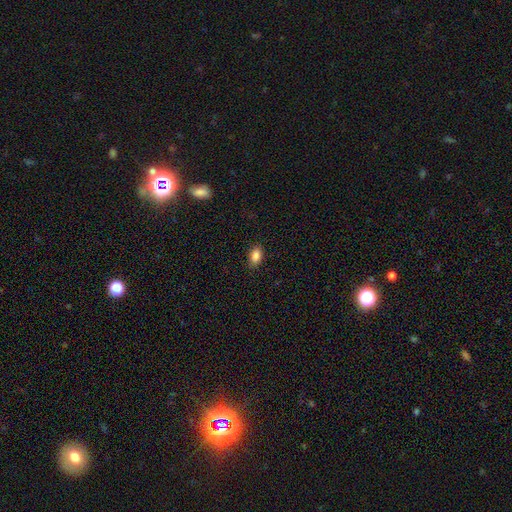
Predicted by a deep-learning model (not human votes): Smooth or featured? smooth (87%)
How rounded? in between (89%)
Merging? none (87%)